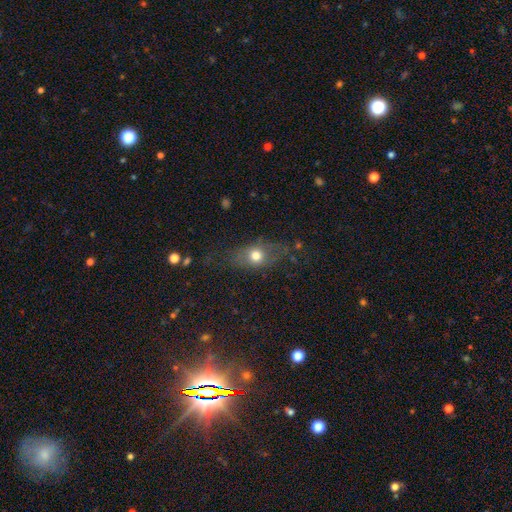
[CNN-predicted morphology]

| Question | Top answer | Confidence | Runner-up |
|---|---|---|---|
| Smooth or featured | smooth | 66% | featured or disk (20%) |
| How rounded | in between | 53% | round (38%) |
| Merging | none | 65% | minor disturbance (20%) |